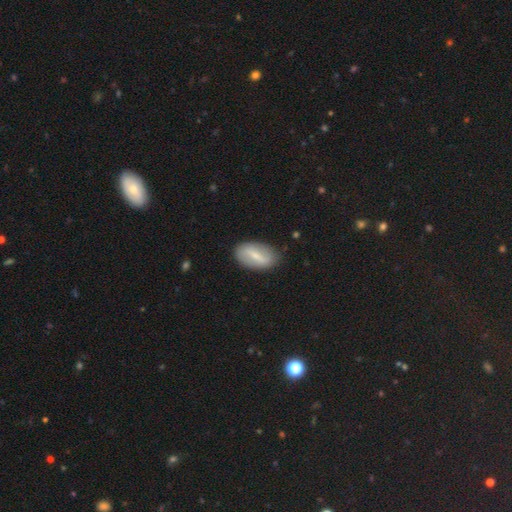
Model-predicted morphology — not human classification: The model was most divided on "smooth or featured": smooth: 50%, featured or disk: 44%, star or artifact: 6%. More confident: merging — none (83%).